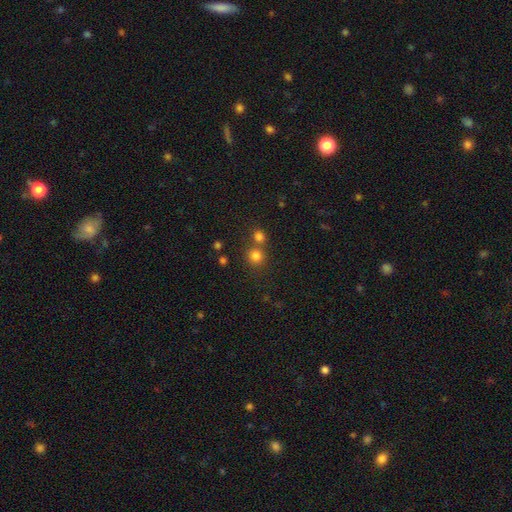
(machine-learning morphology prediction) Smooth or featured?
  - smooth: 79% *
  - star or artifact: 15%
  - featured or disk: 6%
How rounded?
  - round: 89% *
  - in between: 10%
  - cigar-shaped: 1%
Merging?
  - none: 62% *
  - merger: 29%
  - minor disturbance: 7%
  - major disturbance: 3%